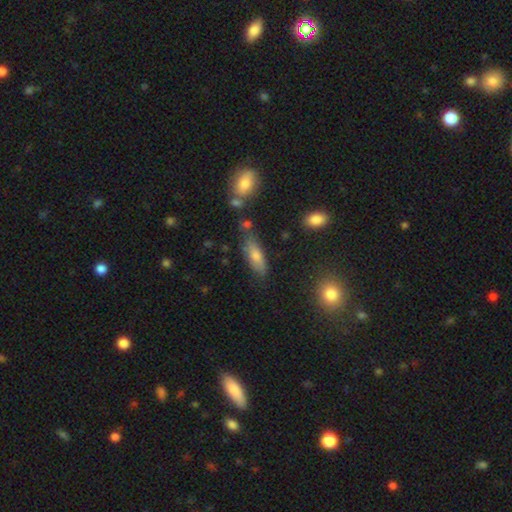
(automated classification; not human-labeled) Smooth or featured? Predicted: smooth (p=0.71). How rounded? Predicted: in between (p=0.60). Merging? Predicted: none (p=0.68).